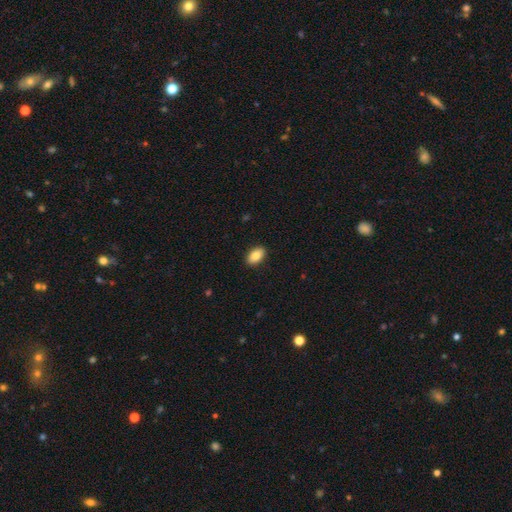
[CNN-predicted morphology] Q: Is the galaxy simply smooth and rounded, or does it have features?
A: smooth — 85%.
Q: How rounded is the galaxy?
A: in between — 93%.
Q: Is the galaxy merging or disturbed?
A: none — 90%.